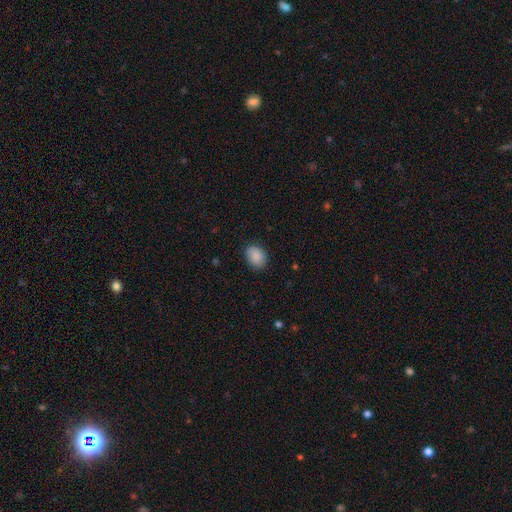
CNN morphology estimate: Smooth or featured? smooth (88%)
How rounded? in between (61%)
Merging? none (82%)